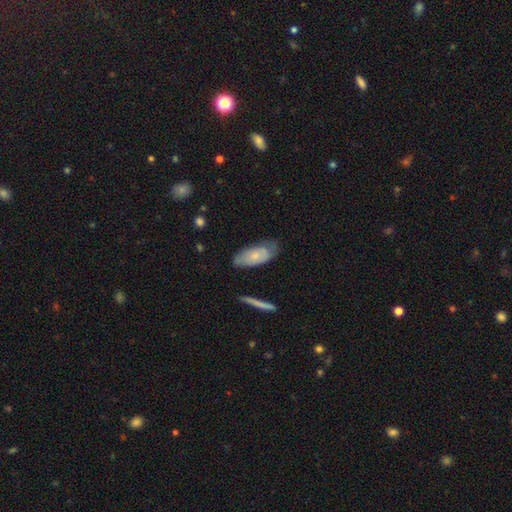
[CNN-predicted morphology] This appears to be a smooth galaxy with no disk features (57%) that is in between round and cigar-shaped (84%). Merging: none (57%).